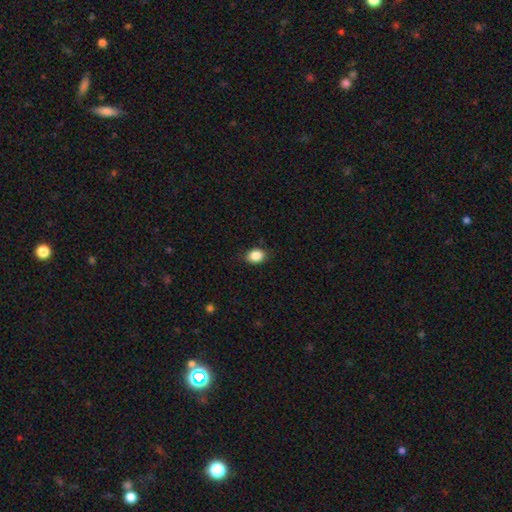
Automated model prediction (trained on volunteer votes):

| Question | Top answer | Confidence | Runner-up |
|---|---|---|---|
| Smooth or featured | smooth | 87% | star or artifact (9%) |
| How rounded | in between | 65% | round (34%) |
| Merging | none | 86% | minor disturbance (11%) |